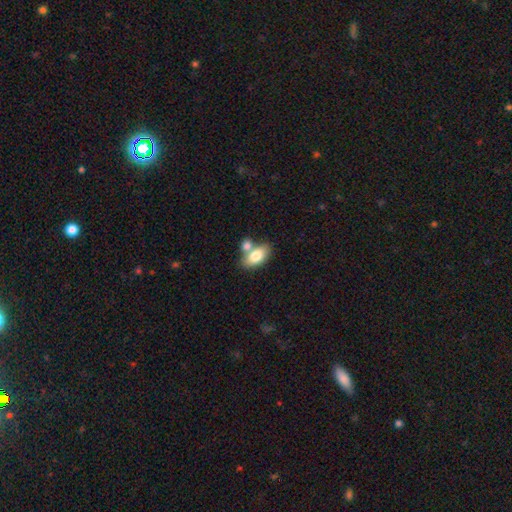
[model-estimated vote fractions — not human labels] Overall: smooth (78%). How rounded: in between (91%). Merging: none (45%; merger 40%).